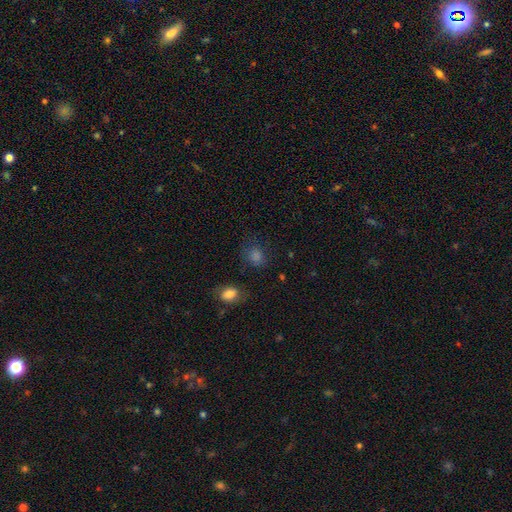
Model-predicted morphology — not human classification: Smooth or featured? Predicted: smooth (p=0.74). How rounded? Predicted: round (p=0.56). Merging? Predicted: none (p=0.69).